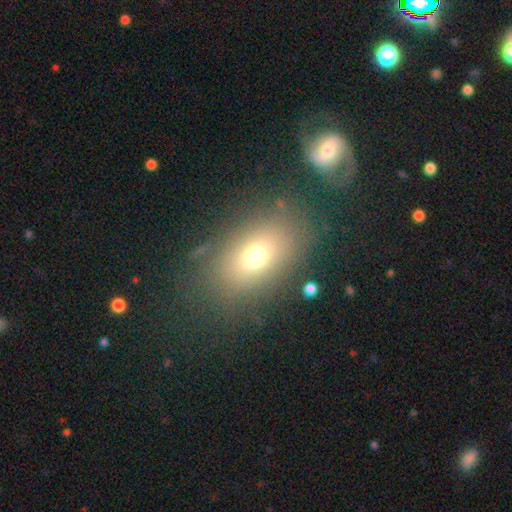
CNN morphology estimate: This is likely a smooth galaxy (68%). How rounded: clearly in between (80%). Merging: likely none (76%).